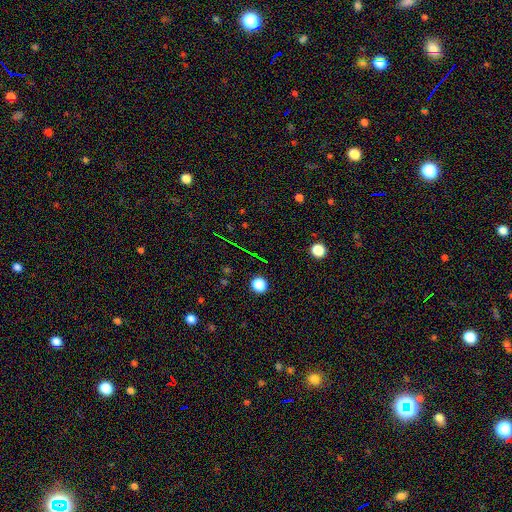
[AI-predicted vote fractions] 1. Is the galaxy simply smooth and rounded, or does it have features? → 62% star or artifact, 26% smooth, 12% featured or disk.